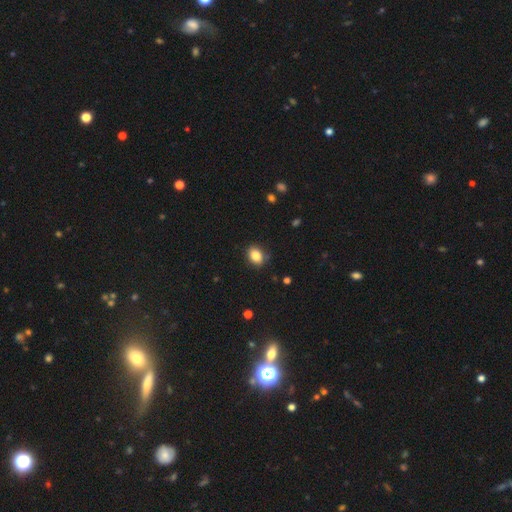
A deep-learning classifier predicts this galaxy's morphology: Smooth or featured?
  - smooth: 85% *
  - star or artifact: 9%
  - featured or disk: 6%
How rounded?
  - in between: 71% *
  - round: 28%
  - cigar-shaped: 1%
Merging?
  - none: 85% *
  - minor disturbance: 11%
  - major disturbance: 3%
  - merger: 1%